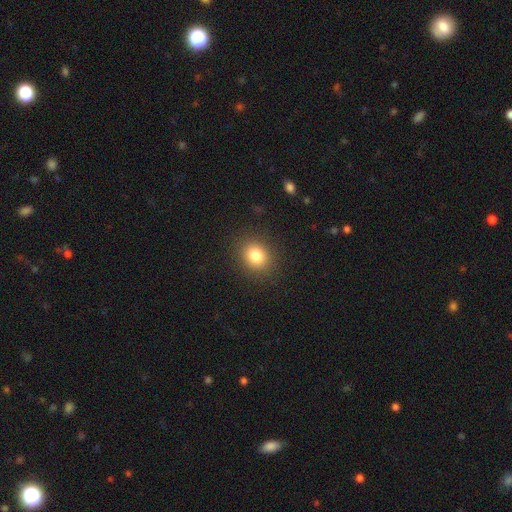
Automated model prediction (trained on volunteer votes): smooth-or-featured: smooth: 82% | star or artifact: 11% | featured or disk: 7%
  how-rounded: round: 66% | in between: 33% | cigar-shaped: 1%
  merging: none: 89% | minor disturbance: 7% | major disturbance: 3% | merger: 1%